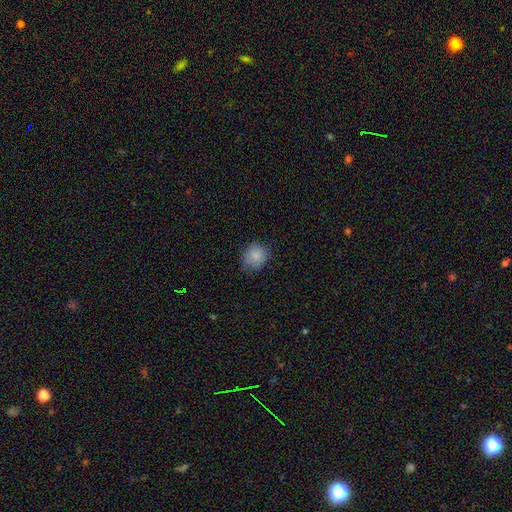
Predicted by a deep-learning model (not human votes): Smooth or featured: smooth — 85% (star or artifact — 9%)
How rounded: round — 75% (in between — 24%)
Merging: none — 73% (minor disturbance — 22%)